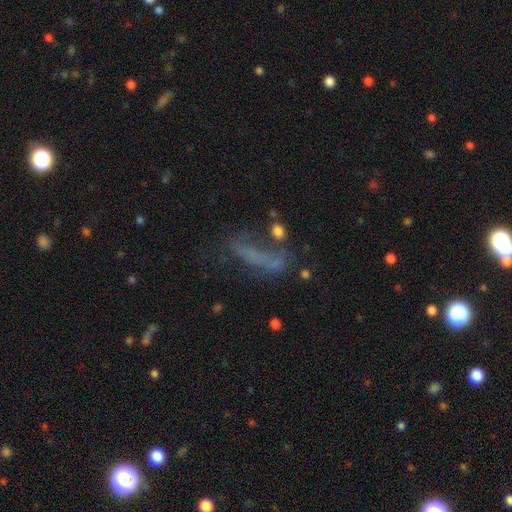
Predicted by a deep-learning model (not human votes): Smooth or featured: smooth — 50% (featured or disk — 29%)
How rounded: cigar-shaped — 65% (in between — 30%)
Merging: none — 42% (major disturbance — 25%)